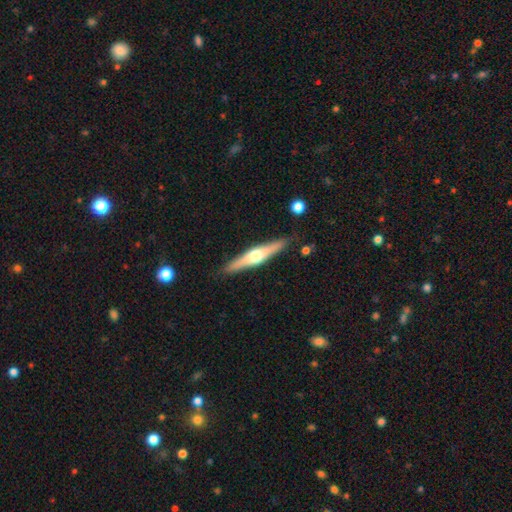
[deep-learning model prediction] This appears to be a featured or disk galaxy (67%) viewed edge-on (96%) with a rounded central bulge (93%). Merging: none (88%).